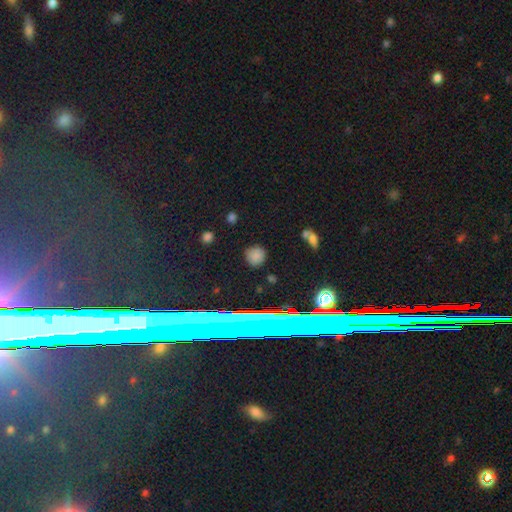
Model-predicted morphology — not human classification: smooth-or-featured: smooth: 72% | star or artifact: 21% | featured or disk: 8%
  how-rounded: round: 81% | in between: 17% | cigar-shaped: 2%
  merging: none: 85% | minor disturbance: 10% | major disturbance: 3% | merger: 2%